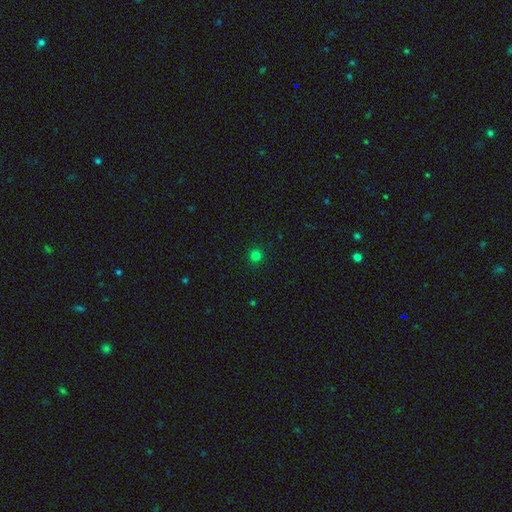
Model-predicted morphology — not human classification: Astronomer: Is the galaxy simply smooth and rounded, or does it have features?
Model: smooth — 79%.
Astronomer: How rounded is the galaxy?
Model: round — 96%.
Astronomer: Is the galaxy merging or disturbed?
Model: none — 92%.